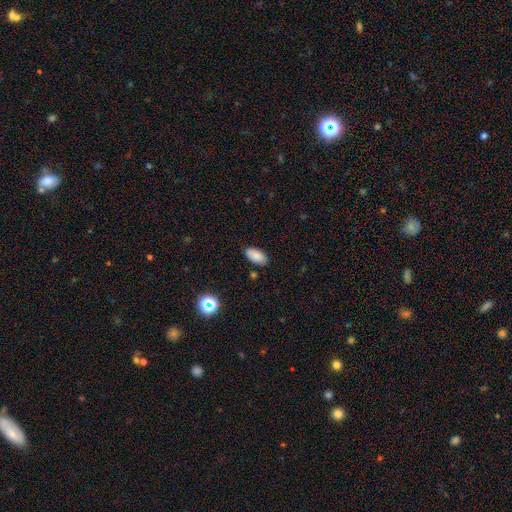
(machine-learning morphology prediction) Q: Smooth or featured?
A: smooth (86%); runner-up: star or artifact (9%)
Q: How rounded?
A: in between (93%); runner-up: cigar-shaped (4%)
Q: Merging?
A: none (86%); runner-up: minor disturbance (10%)